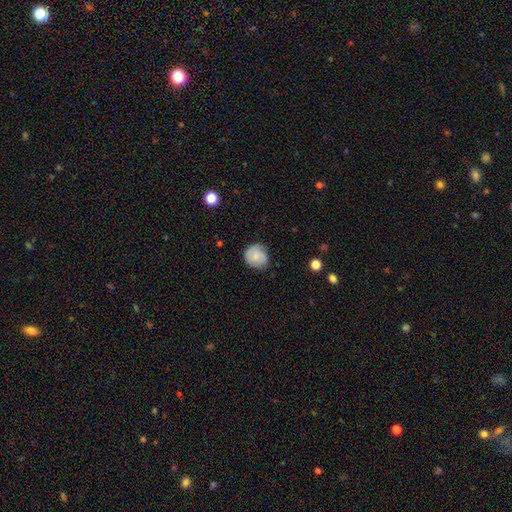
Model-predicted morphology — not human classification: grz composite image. It shows a smooth galaxy with no disk features (71%) that is round (80%). Merging: none (67%).